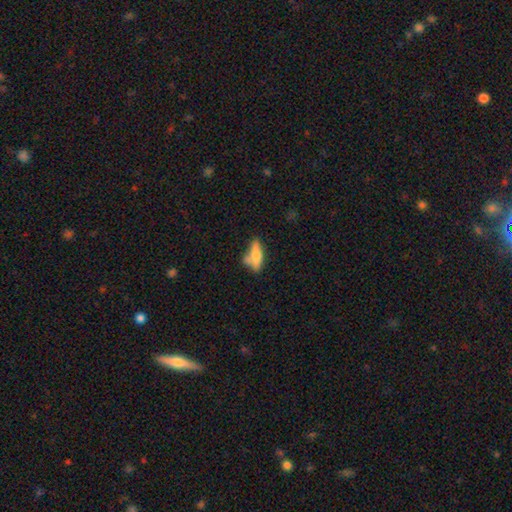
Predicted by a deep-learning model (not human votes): A smooth galaxy with no disk features (62%) that is in between round and cigar-shaped (57%). Merging: none (46%).